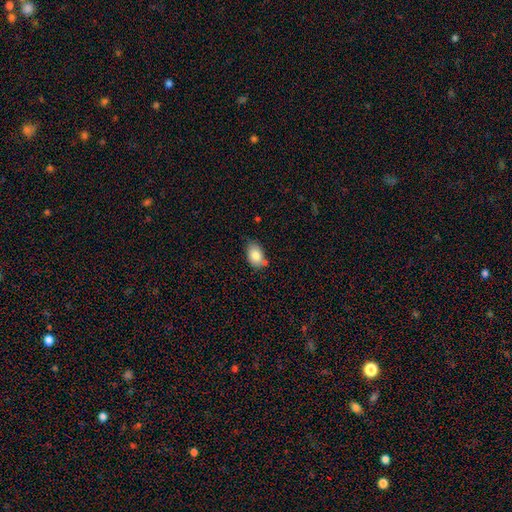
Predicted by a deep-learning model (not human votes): A smooth galaxy with no disk features (84%) that is in between round and cigar-shaped (87%). Merging: none (67%).